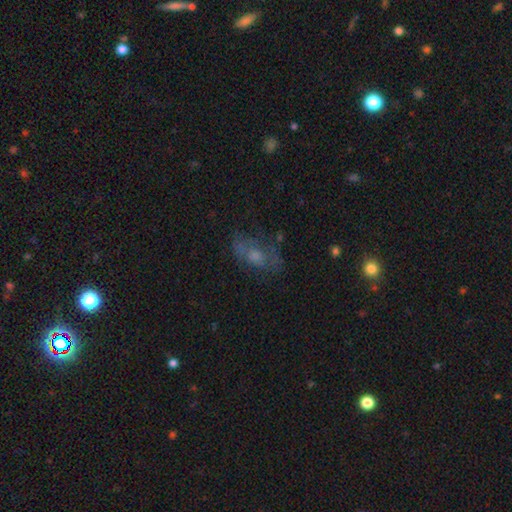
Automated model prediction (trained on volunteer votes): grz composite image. It shows a featured or disk galaxy (43%). Merging: none (56%).